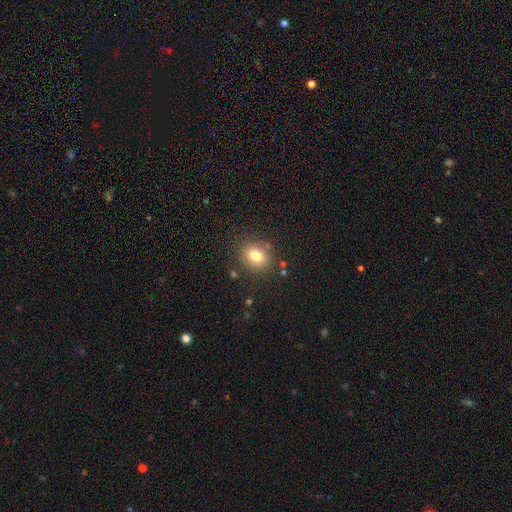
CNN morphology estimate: The model was most divided on "how rounded": round: 60%, in between: 39%, cigar-shaped: 1%. More confident: merging — none (83%); smooth or featured — smooth (78%).